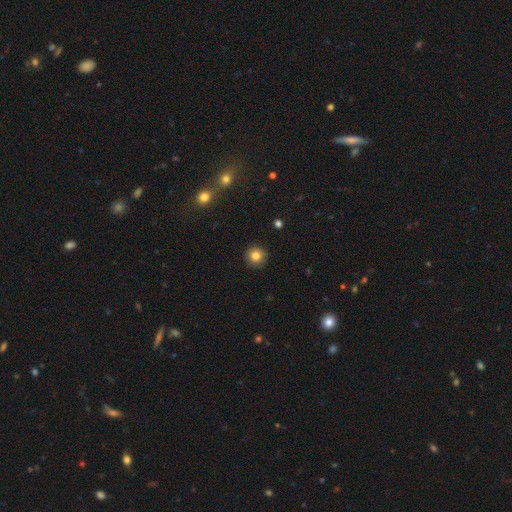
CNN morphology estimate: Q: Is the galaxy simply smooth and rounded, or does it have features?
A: smooth — 83%.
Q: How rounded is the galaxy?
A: round — 95%.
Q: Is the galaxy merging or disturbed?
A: none — 92%.